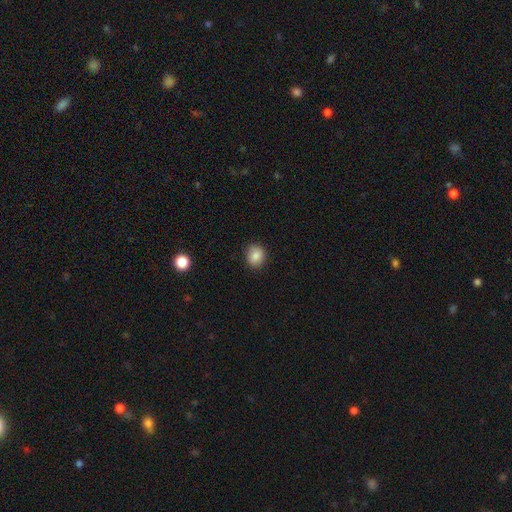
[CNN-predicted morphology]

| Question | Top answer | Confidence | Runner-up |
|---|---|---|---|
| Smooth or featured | smooth | 85% | star or artifact (9%) |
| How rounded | round | 74% | in between (25%) |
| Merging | none | 87% | minor disturbance (10%) |